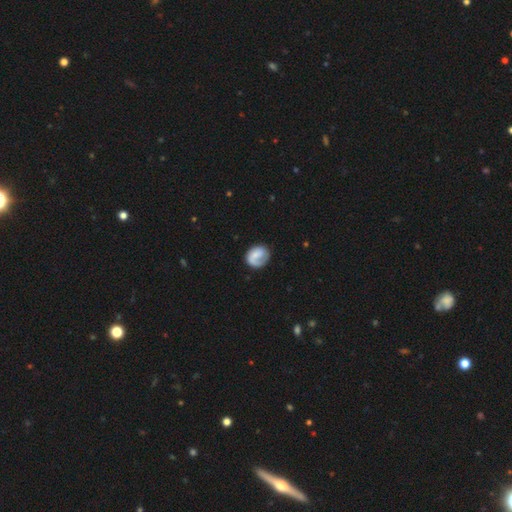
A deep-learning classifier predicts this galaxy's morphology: Smooth or featured? Predicted: smooth (p=0.51). How rounded? Predicted: round (p=0.65). Merging? Predicted: none (p=0.62).